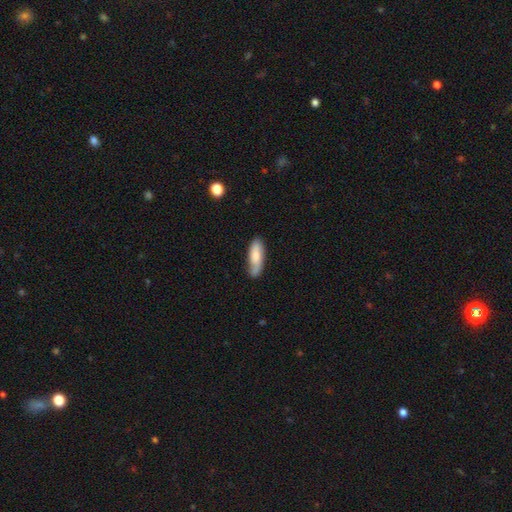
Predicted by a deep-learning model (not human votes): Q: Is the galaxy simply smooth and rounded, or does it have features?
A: smooth — 73%.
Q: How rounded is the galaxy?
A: in between — 61%.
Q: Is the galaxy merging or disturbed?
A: none — 63%.